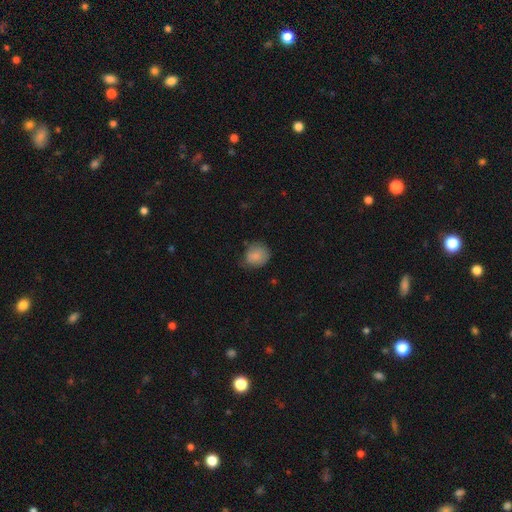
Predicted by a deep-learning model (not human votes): smooth_or_featured: smooth (p=0.83) [alt: featured or disk p=0.09]
how_rounded: round (p=0.69) [alt: in between p=0.31]
merging: none (p=0.60) [alt: minor disturbance p=0.31]